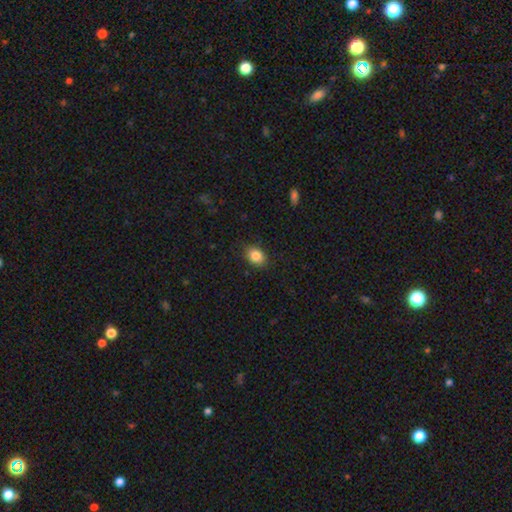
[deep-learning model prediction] smooth-or-featured: smooth: 85% | star or artifact: 9% | featured or disk: 6%
  how-rounded: in between: 66% | round: 33% | cigar-shaped: 1%
  merging: none: 85% | minor disturbance: 11% | major disturbance: 3% | merger: 1%